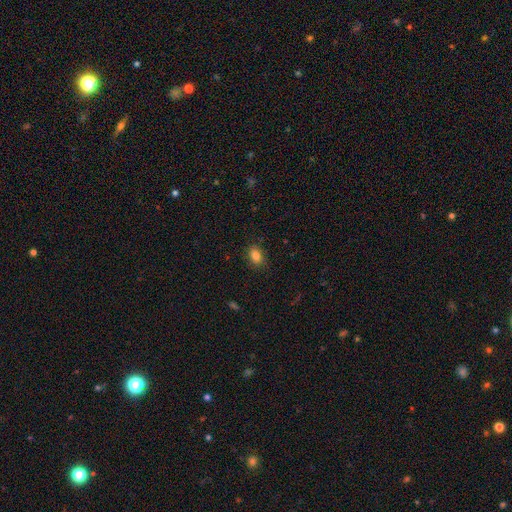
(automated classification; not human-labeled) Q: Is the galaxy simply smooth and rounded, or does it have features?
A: smooth — 84%.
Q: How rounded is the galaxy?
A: in between — 79%.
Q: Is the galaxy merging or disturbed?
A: none — 85%.